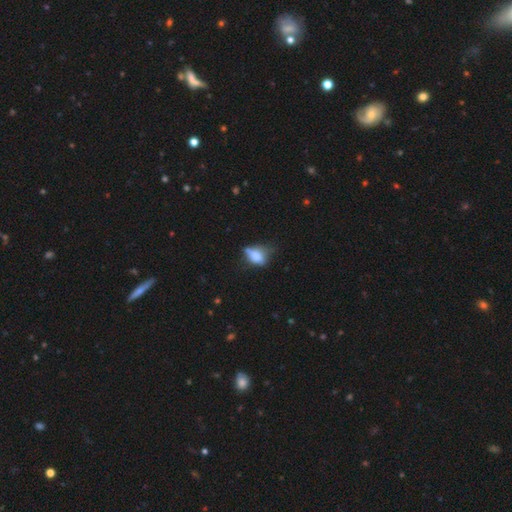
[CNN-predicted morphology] smooth-or-featured: smooth: 71% | featured or disk: 18% | star or artifact: 11%
  how-rounded: in between: 78% | round: 18% | cigar-shaped: 4%
  merging: minor disturbance: 36% | none: 32% | major disturbance: 23% | merger: 9%